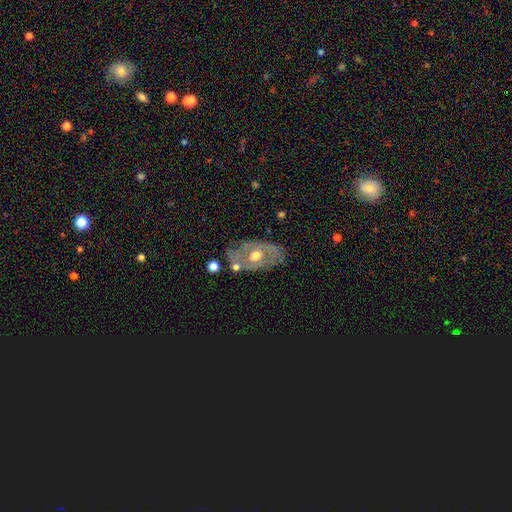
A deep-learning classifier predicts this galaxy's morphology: Overall: featured or disk (68%). Edge-on disk: no (91%). Bar: no (80%). Spiral arms: no (59%; yes 41%). Bulge size: moderate (76%). Merging: none (64%).